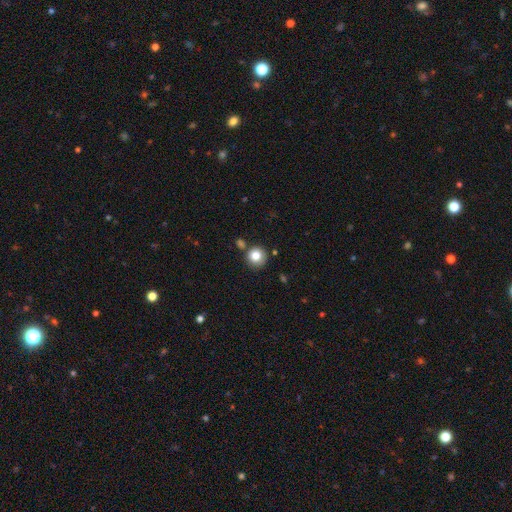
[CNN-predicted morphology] This appears to be a smooth galaxy with no disk features (81%) that is round (93%). Merging: none (78%).